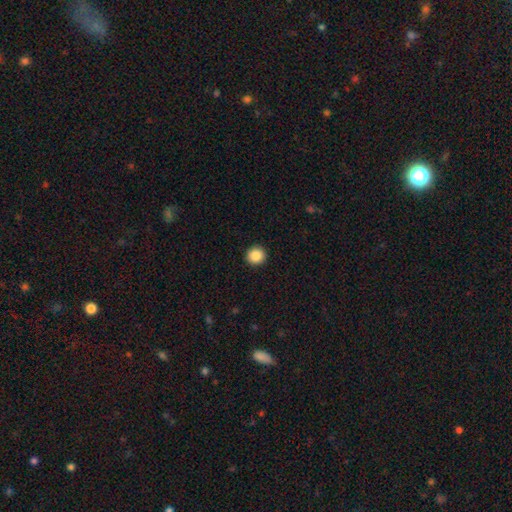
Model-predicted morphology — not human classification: smooth-or-featured: smooth: 87% | star or artifact: 9% | featured or disk: 4%
  how-rounded: round: 93% | in between: 6% | cigar-shaped: 1%
  merging: none: 93% | minor disturbance: 4% | major disturbance: 2% | merger: 1%